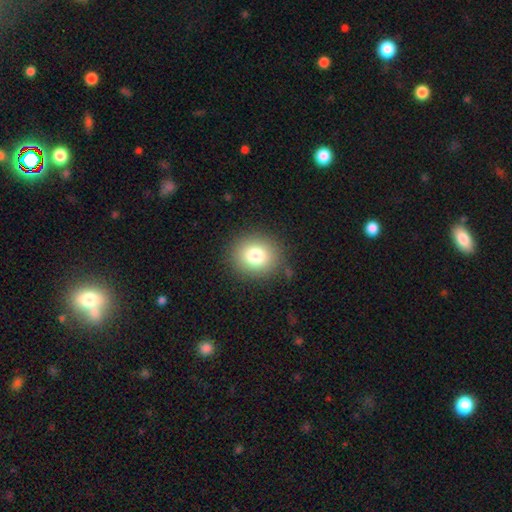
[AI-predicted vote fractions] Q: Smooth or featured?
A: smooth (78%); runner-up: star or artifact (15%)
Q: How rounded?
A: round (82%); runner-up: in between (17%)
Q: Merging?
A: none (90%); runner-up: minor disturbance (6%)